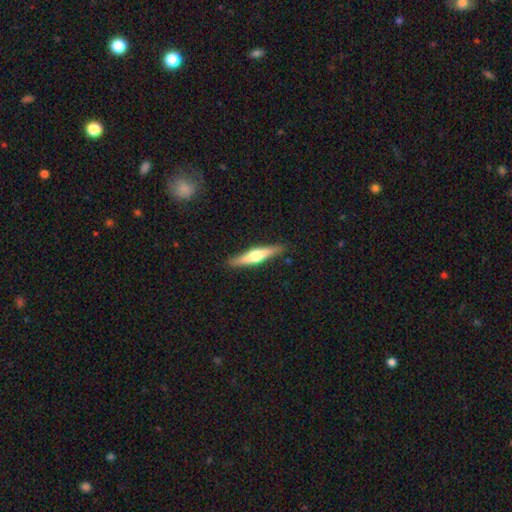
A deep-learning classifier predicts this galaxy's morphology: Smooth or featured?
  - featured or disk: 58% *
  - smooth: 37%
  - star or artifact: 5%
Edge-on disk?
  - yes: 96% *
  - no: 4%
Edge-on bulge?
  - rounded: 88% *
  - boxy: 7%
  - none: 5%
Merging?
  - none: 88% *
  - minor disturbance: 9%
  - major disturbance: 2%
  - merger: 1%